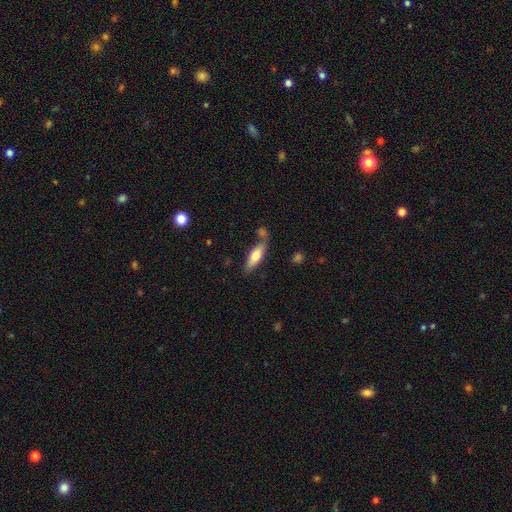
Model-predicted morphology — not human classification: This is likely a smooth galaxy (65%). How rounded: possibly in between (51%). Merging: likely none (62%).